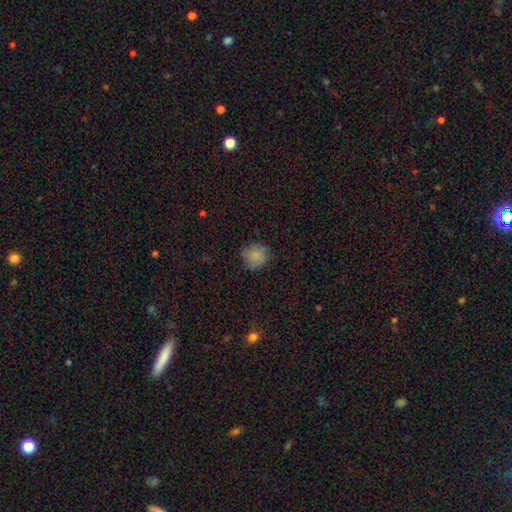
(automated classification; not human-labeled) A smooth galaxy with no disk features (82%) that is round (89%).

Vote fractions:
- Smooth or featured? smooth: 82% / star or artifact: 10% / featured or disk: 7%
- How rounded? round: 89% / in between: 10% / cigar-shaped: 1%
- Merging? none: 77% / minor disturbance: 17% / major disturbance: 4% / merger: 1%